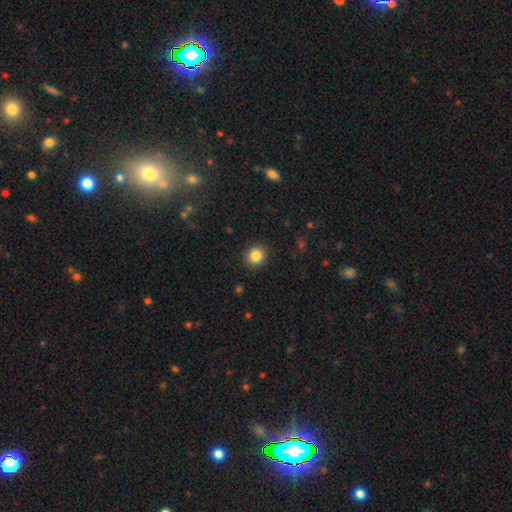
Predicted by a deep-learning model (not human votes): Smooth or featured?
  - smooth: 84% *
  - star or artifact: 10%
  - featured or disk: 5%
How rounded?
  - round: 84% *
  - in between: 15%
  - cigar-shaped: 1%
Merging?
  - none: 90% *
  - minor disturbance: 6%
  - major disturbance: 2%
  - merger: 1%